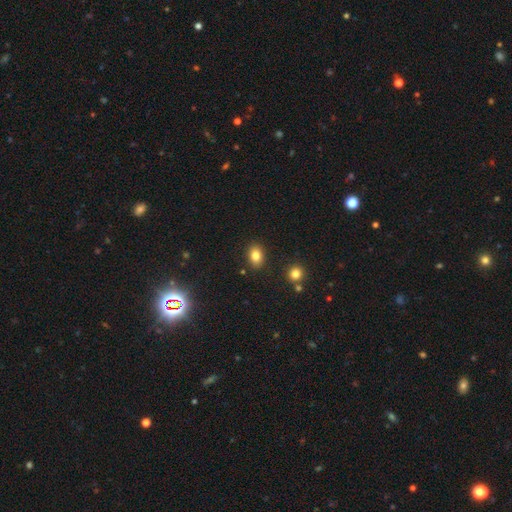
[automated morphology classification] A smooth galaxy with no disk features (82%) that is in between round and cigar-shaped (74%).

Vote fractions:
- Smooth or featured? smooth: 82% / star or artifact: 11% / featured or disk: 8%
- How rounded? in between: 74% / round: 25% / cigar-shaped: 1%
- Merging? none: 86% / minor disturbance: 9% / merger: 3% / major disturbance: 2%